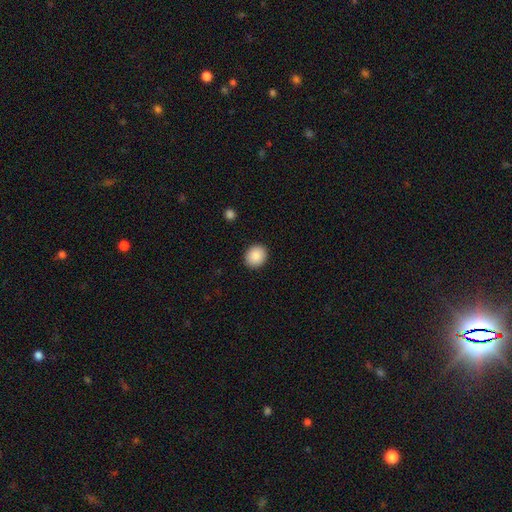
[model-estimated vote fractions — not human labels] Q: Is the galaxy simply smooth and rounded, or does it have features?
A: smooth — 88%.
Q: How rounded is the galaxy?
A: round — 69%.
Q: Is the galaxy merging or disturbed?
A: none — 91%.